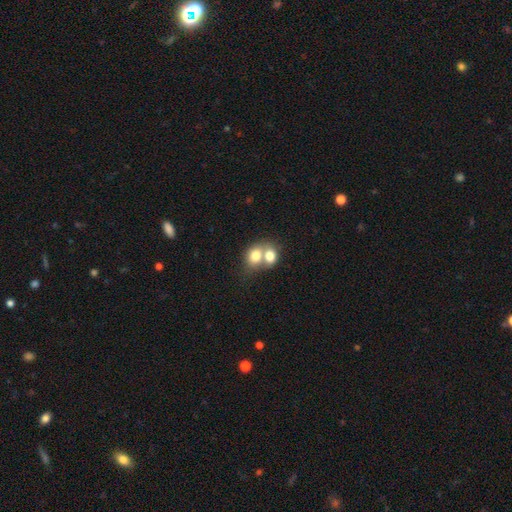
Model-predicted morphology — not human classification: A smooth galaxy with no disk features (75%) that is round (52%).

Vote fractions:
- Smooth or featured? smooth: 75% / featured or disk: 16% / star or artifact: 9%
- How rounded? round: 52% / in between: 47% / cigar-shaped: 1%
- Merging? merger: 72% / none: 20% / minor disturbance: 5% / major disturbance: 3%